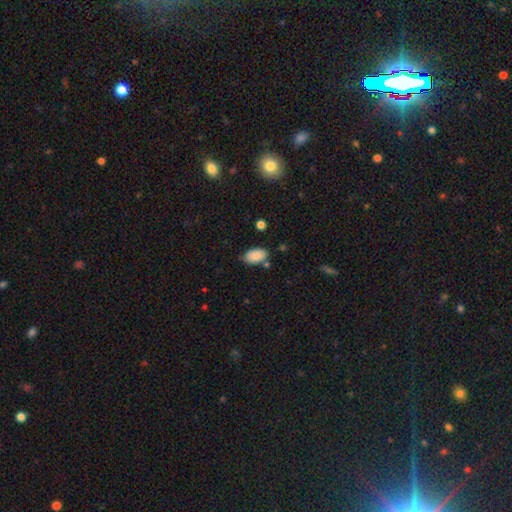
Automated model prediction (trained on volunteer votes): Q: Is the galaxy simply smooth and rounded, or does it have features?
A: smooth — 87%.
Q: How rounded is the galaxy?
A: in between — 94%.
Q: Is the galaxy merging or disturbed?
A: none — 74%.